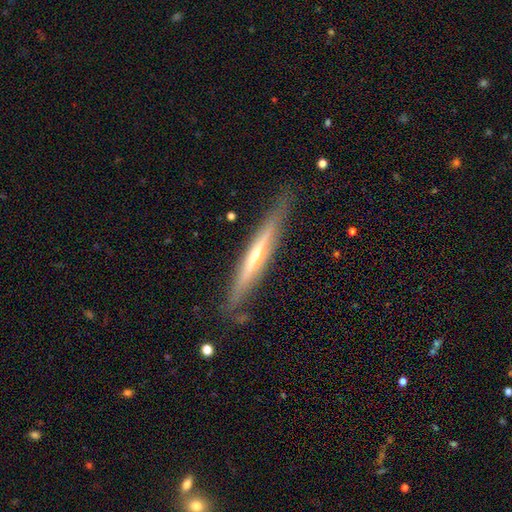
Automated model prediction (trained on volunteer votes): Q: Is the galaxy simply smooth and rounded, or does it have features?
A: featured or disk — 73%.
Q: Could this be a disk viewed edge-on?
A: yes — 96%.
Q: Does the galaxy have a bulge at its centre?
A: rounded — 63%.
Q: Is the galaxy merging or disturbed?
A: none — 84%.